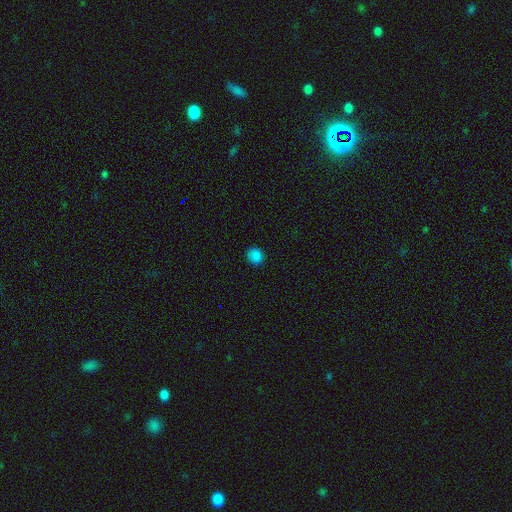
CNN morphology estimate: smooth 84%, star or artifact 13%, featured or disk 3%. Down the decision tree: how rounded — round (83%); merging — none (88%).